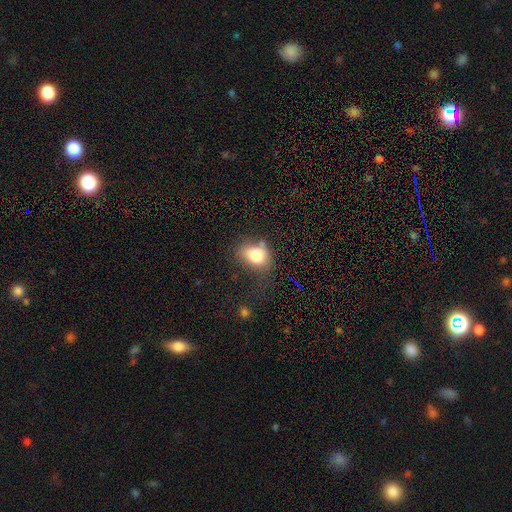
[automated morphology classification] Smooth or featured? smooth (78%)
How rounded? in between (68%)
Merging? none (47%)